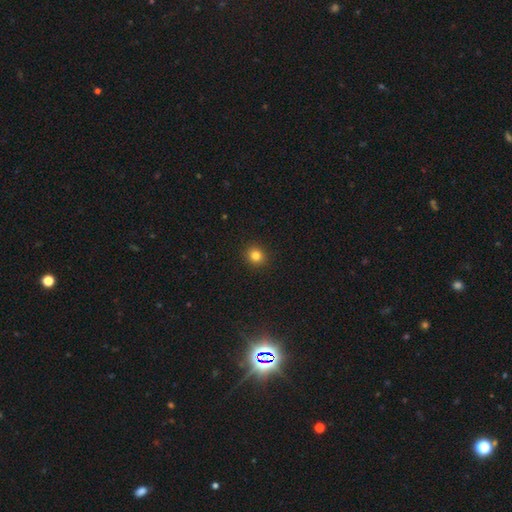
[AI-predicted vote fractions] Overall: smooth (83%). How rounded: round (88%). Merging: none (92%).